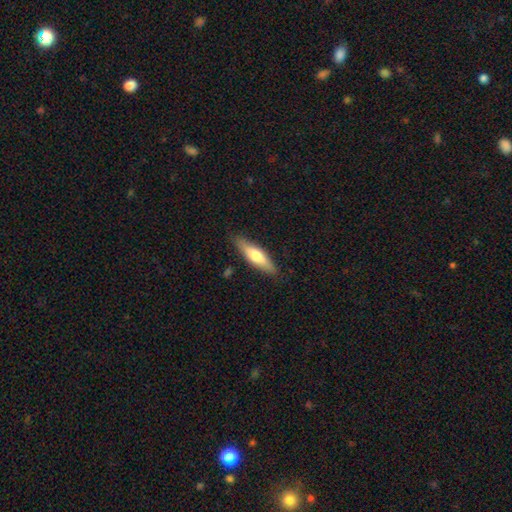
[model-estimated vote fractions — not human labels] Morphology: type=smooth (62%); roundness=cigar-shaped (62%); merging=none (85%).